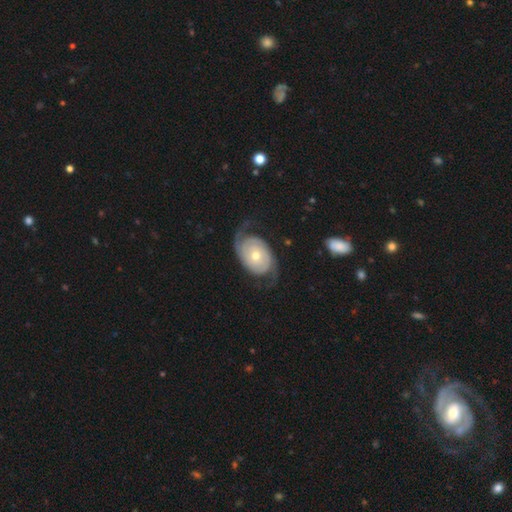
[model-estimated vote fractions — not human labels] Morphology: type=featured or disk (88%); edge-on=no (97%); bar=no (78%); spiral arms=yes (96%); winding=tight (48%); arm count=2 (90%); bulge=moderate (56%); merging=none (73%).